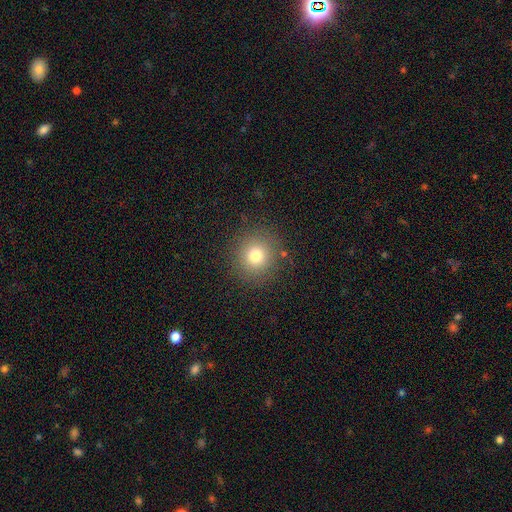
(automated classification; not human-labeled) This appears to be a smooth galaxy with no disk features (76%) that is round (92%). Merging: none (87%).